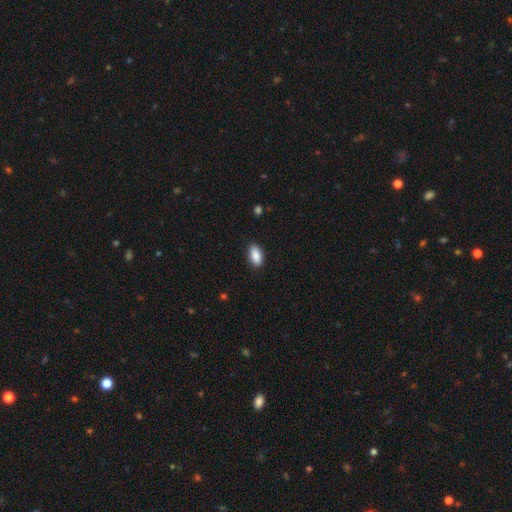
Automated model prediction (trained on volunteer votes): Smooth or featured: smooth — 89% (star or artifact — 7%)
How rounded: in between — 91% (cigar-shaped — 6%)
Merging: none — 88% (minor disturbance — 9%)